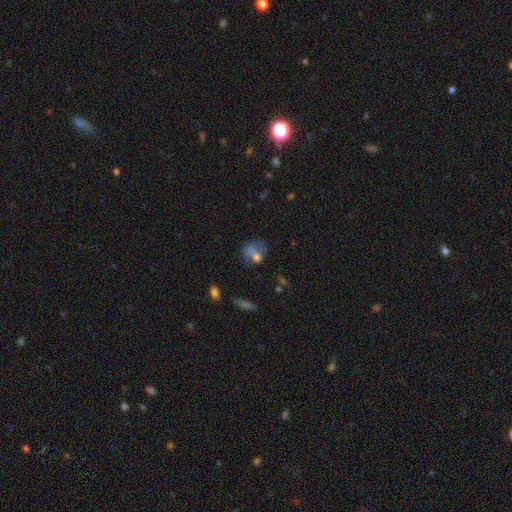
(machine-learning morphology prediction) This is possibly a smooth galaxy (60%). How rounded: possibly round (49%). Merging: marginally none (37%).